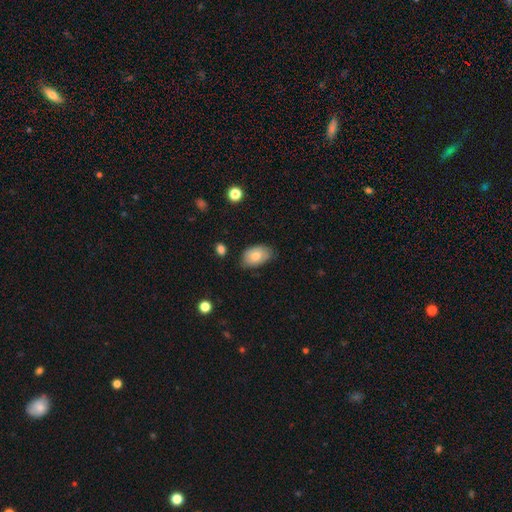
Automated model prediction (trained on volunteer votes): smooth 73%, featured or disk 20%, star or artifact 7%. Down the decision tree: how rounded — in between (89%); merging — none (72%).